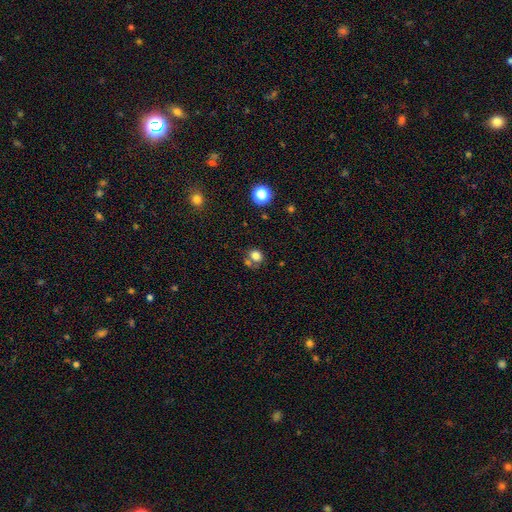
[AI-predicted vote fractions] smooth-or-featured: smooth: 78% | star or artifact: 14% | featured or disk: 8%
  how-rounded: round: 73% | in between: 26% | cigar-shaped: 1%
  merging: none: 58% | merger: 21% | minor disturbance: 15% | major disturbance: 6%